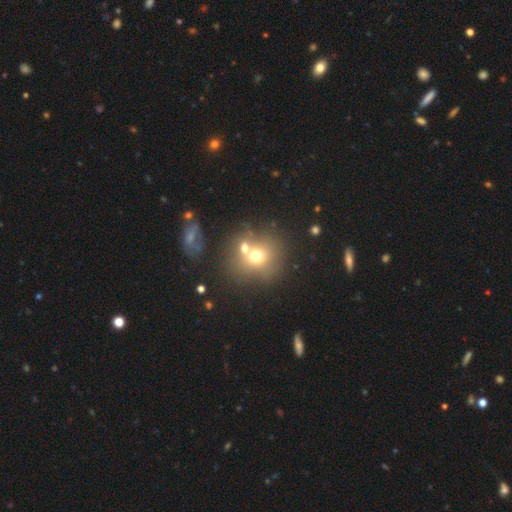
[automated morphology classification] This appears to be a smooth galaxy with no disk features (64%) that is round (78%). Merging: none (42%, tied with merger).